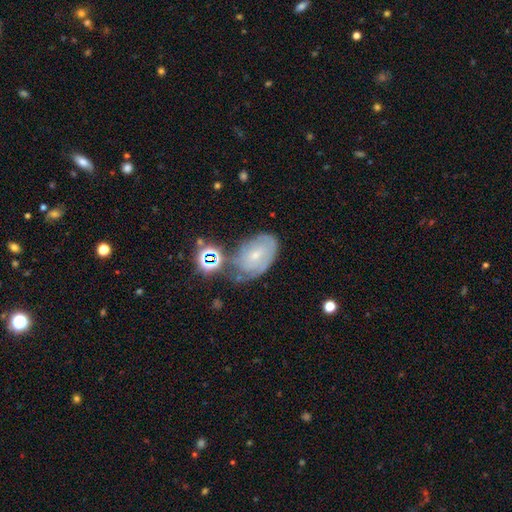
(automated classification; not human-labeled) smooth_or_featured: featured or disk (p=0.63) [alt: smooth p=0.25]
disk_edge_on: no (p=0.95) [alt: yes p=0.05]
bar: no (p=0.63) [alt: weak p=0.31]
has_spiral_arms: yes (p=0.81) [alt: no p=0.19]
bulge_size: small (p=0.69) [alt: moderate p=0.25]
merging: none (p=0.49) [alt: minor disturbance p=0.28]